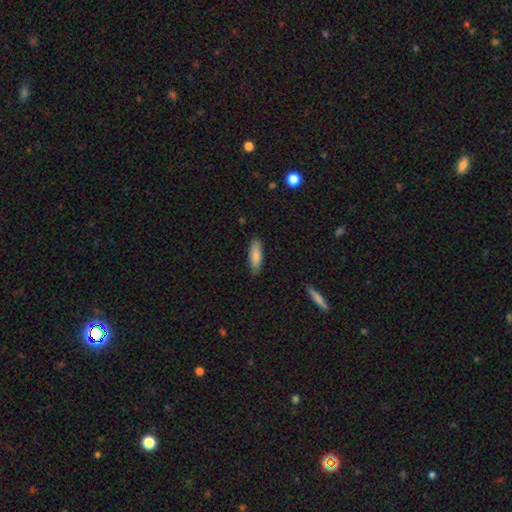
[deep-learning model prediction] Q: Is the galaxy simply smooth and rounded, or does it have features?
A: smooth — 85%.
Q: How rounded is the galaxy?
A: in between — 51%.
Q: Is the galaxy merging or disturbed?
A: none — 79%.